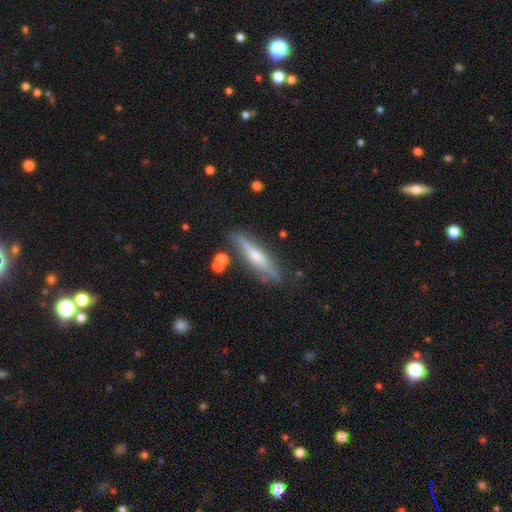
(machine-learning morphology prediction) Overall: featured or disk (64%; smooth 30%). Edge-on disk: yes (95%). Edge-on bulge: rounded (73%). Merging: none (81%).